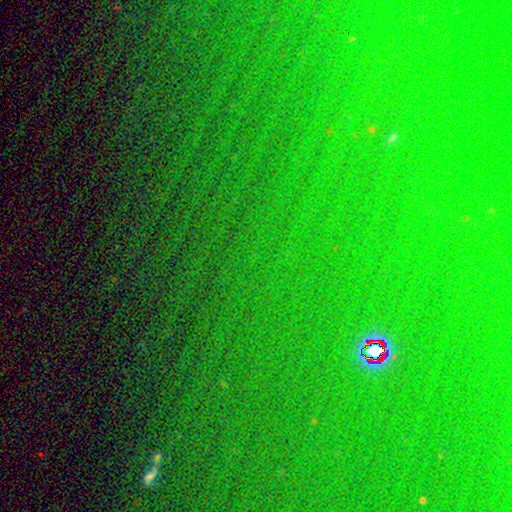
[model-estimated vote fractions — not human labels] smooth-or-featured: star or artifact: 81% | smooth: 11% | featured or disk: 8%